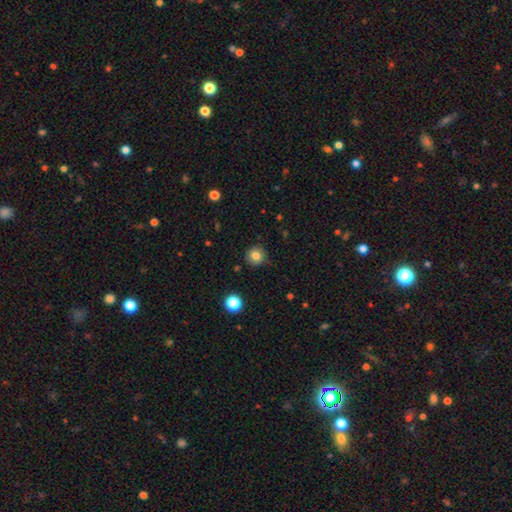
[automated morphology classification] A smooth galaxy with no disk features (81%) that is round (93%).

Vote fractions:
- Smooth or featured? smooth: 81% / star or artifact: 12% / featured or disk: 7%
- How rounded? round: 93% / in between: 6% / cigar-shaped: 1%
- Merging? none: 88% / minor disturbance: 8% / major disturbance: 2% / merger: 1%